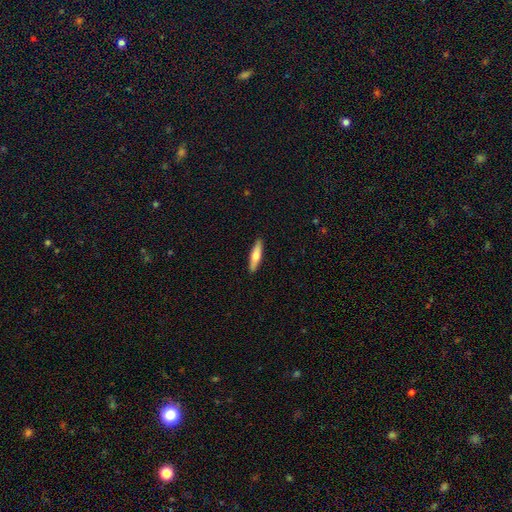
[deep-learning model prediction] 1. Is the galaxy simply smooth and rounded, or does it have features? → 61% smooth, 34% featured or disk, 5% star or artifact.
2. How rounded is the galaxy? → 75% cigar-shaped, 24% in between, 2% round.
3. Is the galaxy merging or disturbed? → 91% none, 7% minor disturbance, 1% major disturbance, 1% merger.